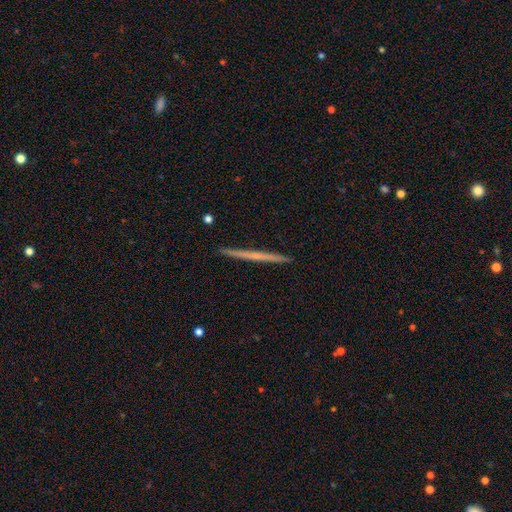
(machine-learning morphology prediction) Overall: featured or disk (57%; smooth 37%). Edge-on disk: yes (98%). Edge-on bulge: none (83%). Merging: none (93%).